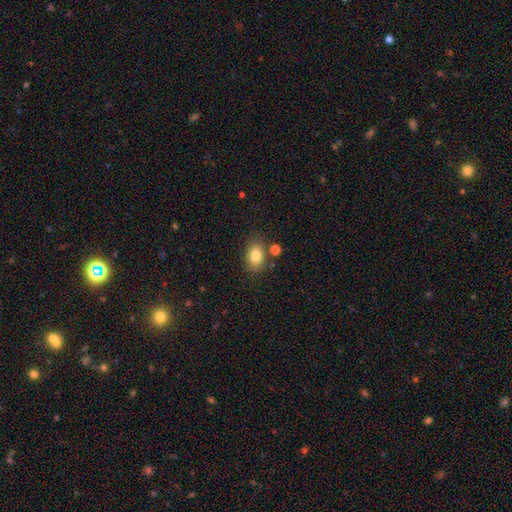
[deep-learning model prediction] smooth_or_featured: smooth (p=0.82) [alt: star or artifact p=0.09]
how_rounded: in between (p=0.78) [alt: round p=0.21]
merging: none (p=0.77) [alt: minor disturbance p=0.12]